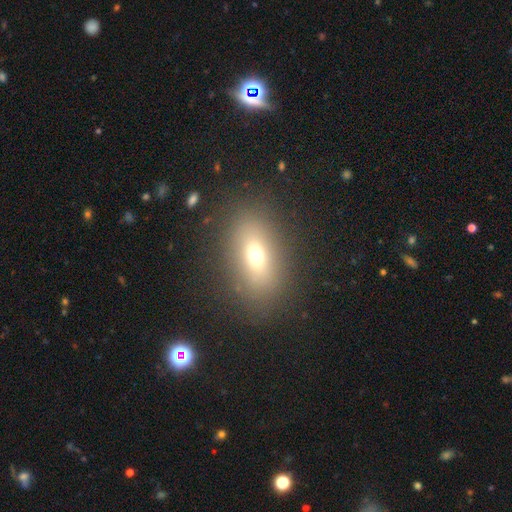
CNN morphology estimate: This appears to be a smooth galaxy with no disk features (67%) that is in between round and cigar-shaped (78%). Merging: none (85%).